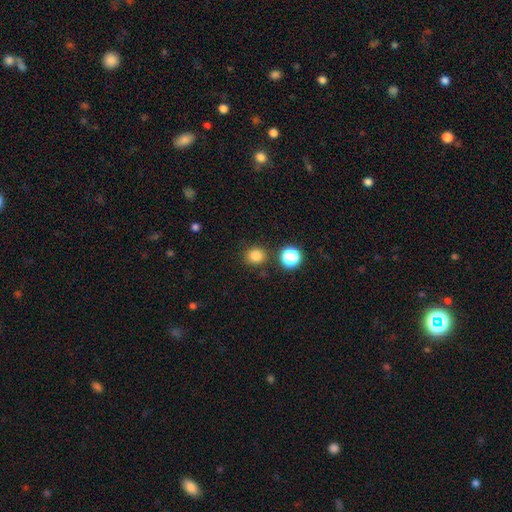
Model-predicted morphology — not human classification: The model was most divided on "how rounded": round: 81%, in between: 18%, cigar-shaped: 1%. More confident: merging — none (85%); smooth or featured — smooth (81%).